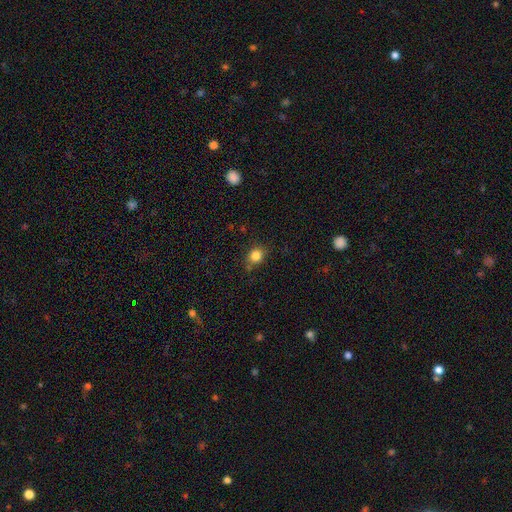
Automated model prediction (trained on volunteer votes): Smooth or featured: smooth — 83% (star or artifact — 12%)
How rounded: round — 70% (in between — 29%)
Merging: none — 79% (minor disturbance — 14%)